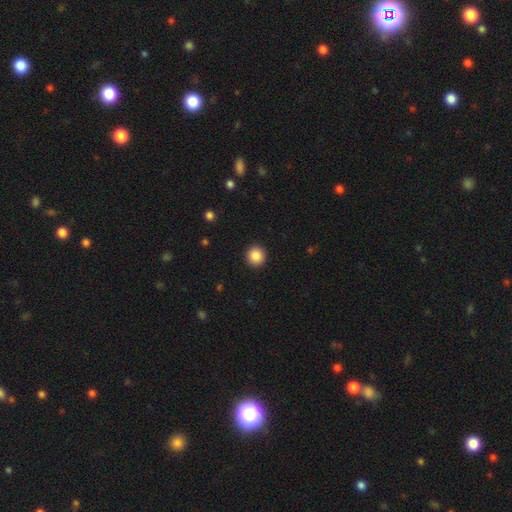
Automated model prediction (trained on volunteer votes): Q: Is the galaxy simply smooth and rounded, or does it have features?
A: smooth — 87%.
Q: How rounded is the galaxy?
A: round — 92%.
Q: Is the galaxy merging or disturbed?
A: none — 93%.